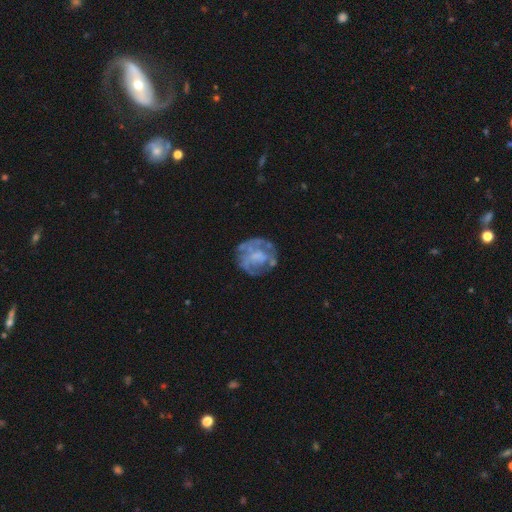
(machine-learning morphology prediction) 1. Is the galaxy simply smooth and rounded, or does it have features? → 67% featured or disk, 25% smooth, 9% star or artifact.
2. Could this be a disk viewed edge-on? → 98% no, 2% yes.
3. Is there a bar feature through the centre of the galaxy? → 75% no, 20% weak, 6% strong.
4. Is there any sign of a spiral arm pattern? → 60% no, 40% yes.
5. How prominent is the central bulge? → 52% none, 21% small, 19% moderate, 6% large, 1% dominant.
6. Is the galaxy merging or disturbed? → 59% none, 20% minor disturbance, 17% major disturbance, 4% merger.